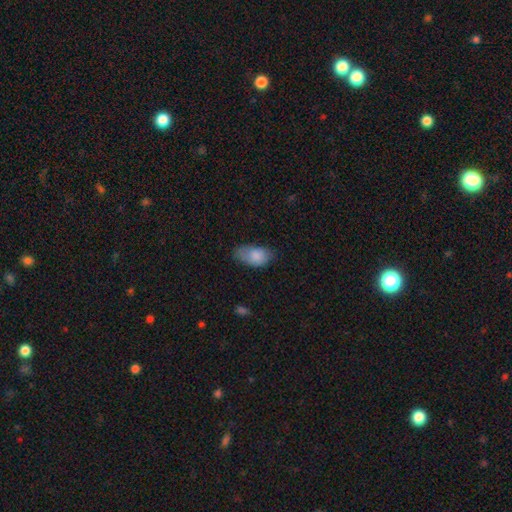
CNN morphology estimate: smooth_or_featured: smooth (p=0.82) [alt: featured or disk p=0.11]
how_rounded: in between (p=0.93) [alt: round p=0.04]
merging: none (p=0.52) [alt: minor disturbance p=0.35]